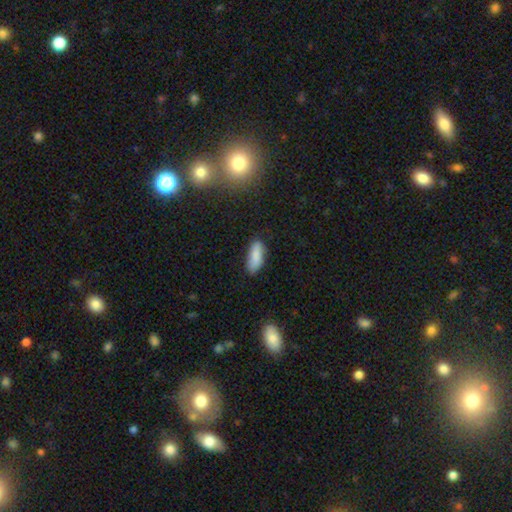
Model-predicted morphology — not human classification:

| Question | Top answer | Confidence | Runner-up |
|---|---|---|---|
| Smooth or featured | smooth | 86% | featured or disk (7%) |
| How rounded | in between | 72% | cigar-shaped (26%) |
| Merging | none | 79% | minor disturbance (16%) |